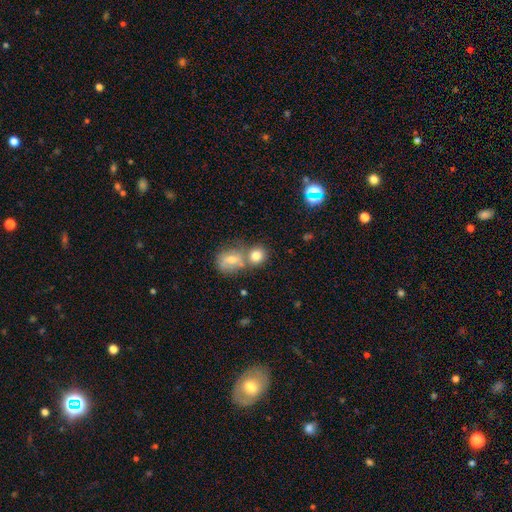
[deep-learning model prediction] Smooth or featured? Predicted: smooth (p=0.78). How rounded? Predicted: round (p=0.77). Merging? Predicted: none (p=0.44).